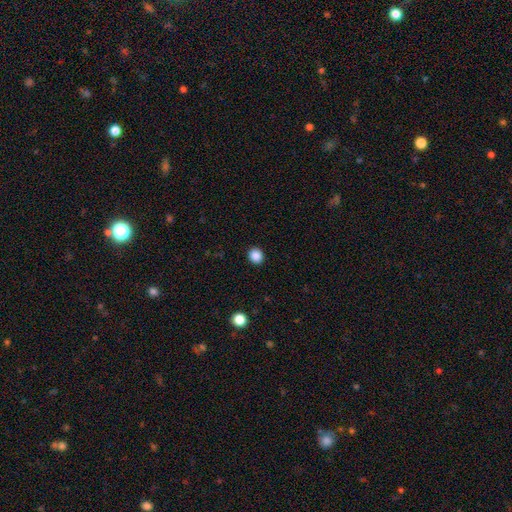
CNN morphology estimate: type=smooth (87%); roundness=round (78%); merging=none (92%).